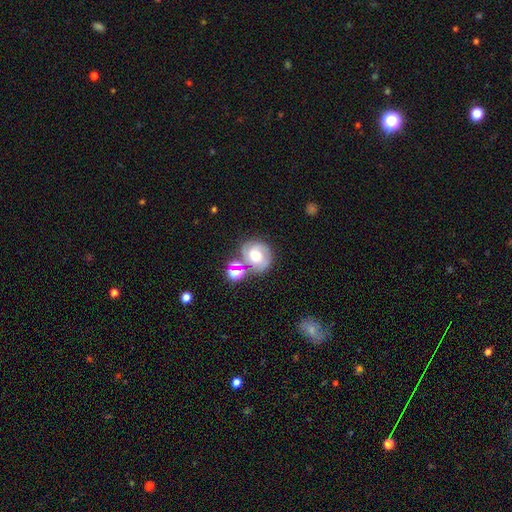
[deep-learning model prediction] smooth_or_featured: featured or disk (p=0.59) [alt: smooth p=0.30]
disk_edge_on: no (p=0.97) [alt: yes p=0.03]
bar: no (p=0.67) [alt: weak p=0.26]
has_spiral_arms: yes (p=0.86) [alt: no p=0.14]
bulge_size: moderate (p=0.50) [alt: large p=0.30]
merging: none (p=0.58) [alt: merger p=0.18]